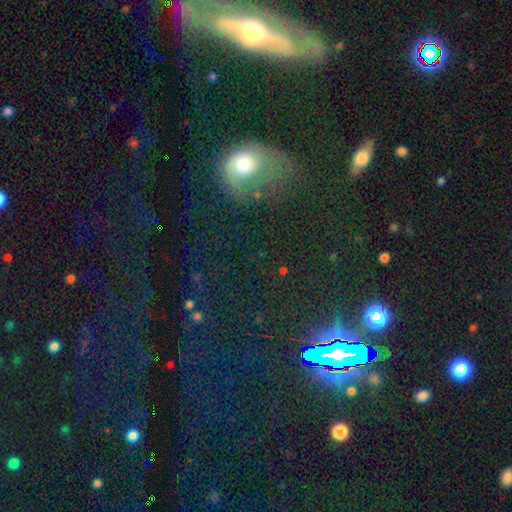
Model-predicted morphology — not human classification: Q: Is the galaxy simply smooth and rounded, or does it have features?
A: star or artifact — 48%.